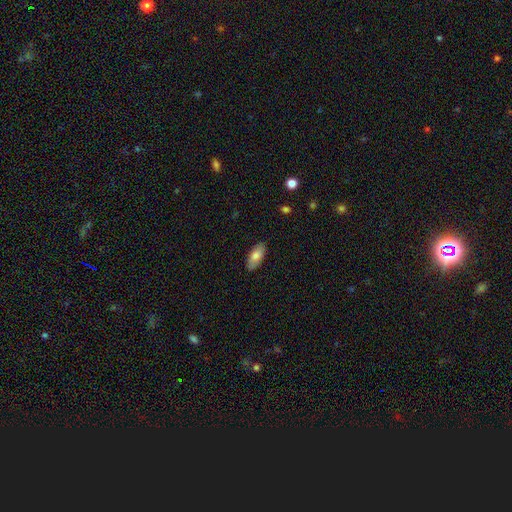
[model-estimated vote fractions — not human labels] smooth 75%, featured or disk 18%, star or artifact 6%. Down the decision tree: how rounded — in between (88%); merging — none (86%).